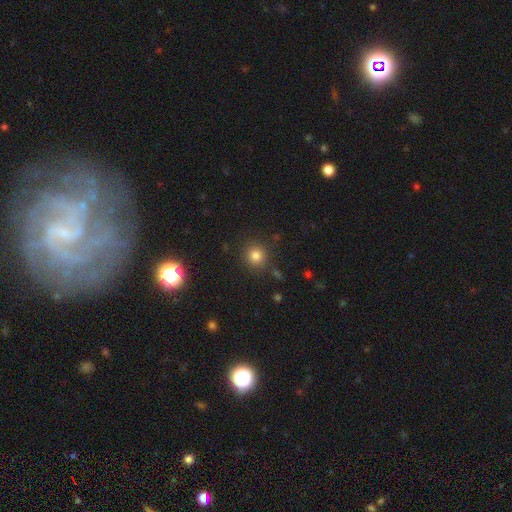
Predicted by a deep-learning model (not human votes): smooth 80%, star or artifact 14%, featured or disk 6%. Down the decision tree: how rounded — round (91%); merging — none (87%).